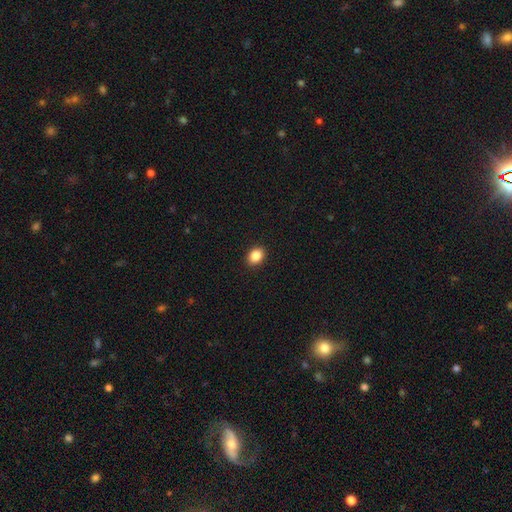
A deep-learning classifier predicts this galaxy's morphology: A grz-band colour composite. It shows a smooth galaxy with no disk features (87%) that is in between round and cigar-shaped (68%). Merging: none (91%).